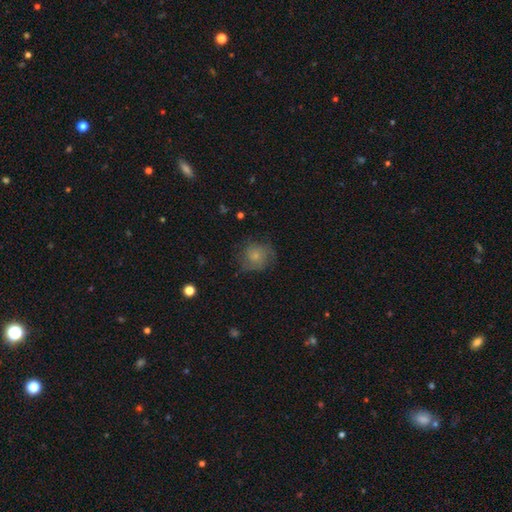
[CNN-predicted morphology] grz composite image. It shows a smooth galaxy with no disk features (69%) that is round (83%). Merging: none (63%).